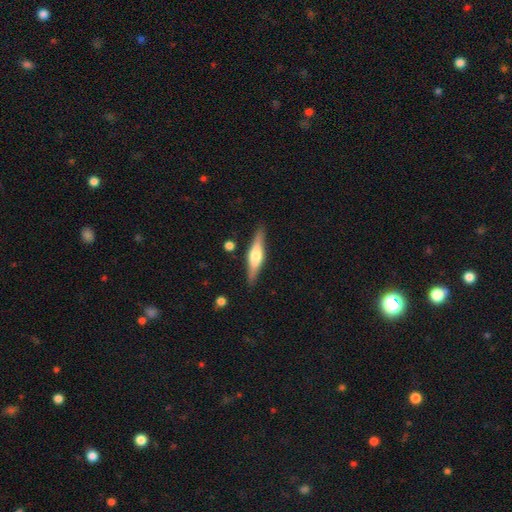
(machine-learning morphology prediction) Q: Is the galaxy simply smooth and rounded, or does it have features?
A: featured or disk — 65%.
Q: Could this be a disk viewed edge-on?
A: yes — 96%.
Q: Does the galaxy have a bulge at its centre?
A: rounded — 86%.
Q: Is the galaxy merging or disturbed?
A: none — 88%.